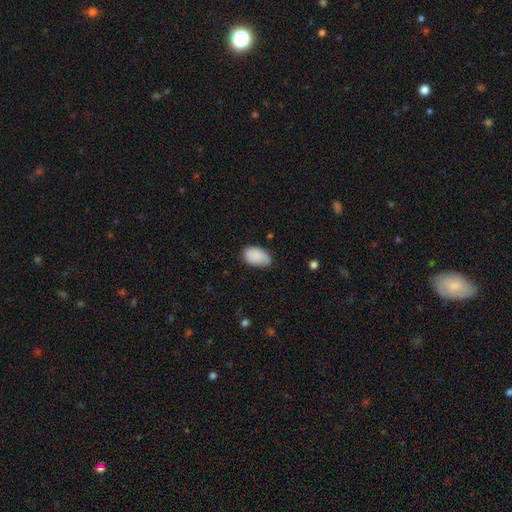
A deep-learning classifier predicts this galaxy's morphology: The model was most divided on "merging": none: 59%, minor disturbance: 33%, major disturbance: 6%, merger: 2%. More confident: how rounded — in between (92%); smooth or featured — smooth (84%).